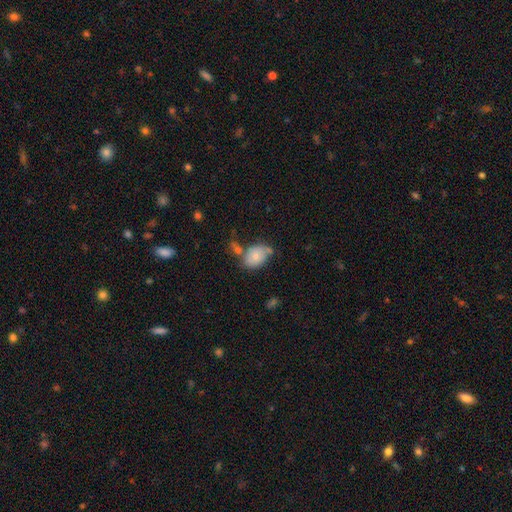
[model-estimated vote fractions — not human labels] A smooth galaxy with no disk features (73%) that is in between round and cigar-shaped (76%).

Vote fractions:
- Smooth or featured? smooth: 73% / featured or disk: 19% / star or artifact: 8%
- How rounded? in between: 76% / round: 23% / cigar-shaped: 1%
- Merging? none: 46% / minor disturbance: 26% / merger: 19% / major disturbance: 9%